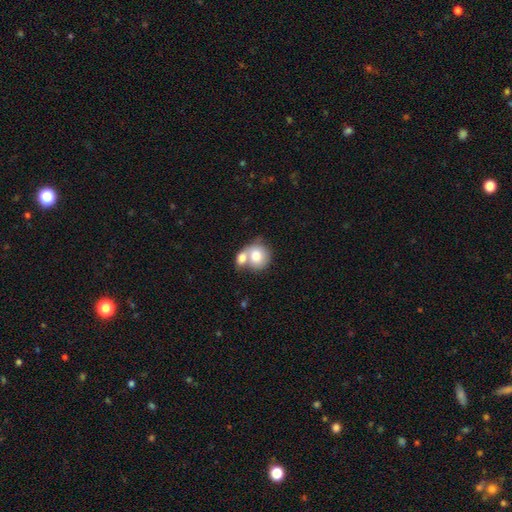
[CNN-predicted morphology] This appears to be a smooth galaxy with no disk features (75%) that is round (66%). Merging: merger (65%).